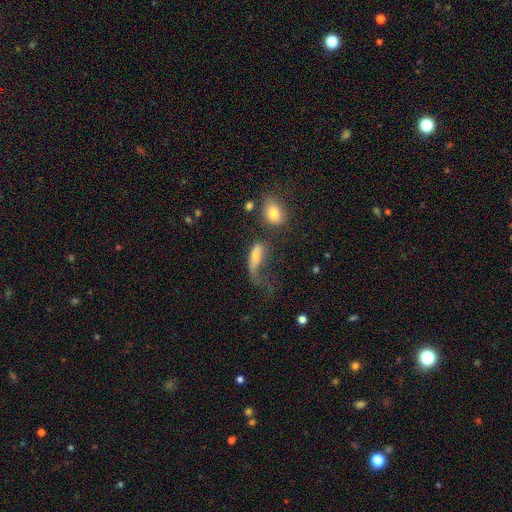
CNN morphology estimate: The model was most divided on "smooth or featured": smooth: 58%, featured or disk: 32%, star or artifact: 10%. More confident: how rounded — in between (70%); merging — major disturbance (55%).